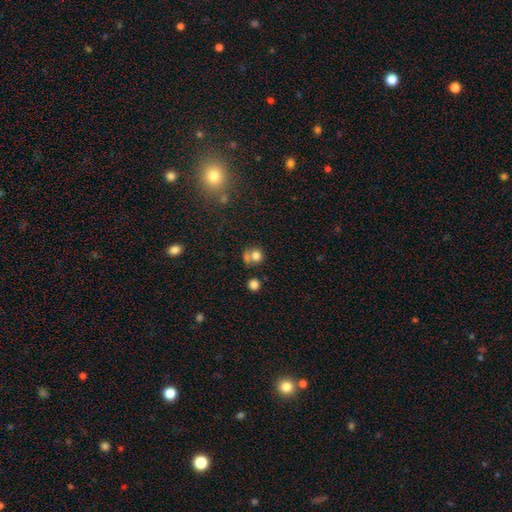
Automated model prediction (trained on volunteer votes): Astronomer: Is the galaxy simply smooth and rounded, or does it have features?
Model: smooth — 76%.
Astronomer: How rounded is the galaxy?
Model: round — 82%.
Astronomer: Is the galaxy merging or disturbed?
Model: none — 49% (runner-up: merger, 34%).